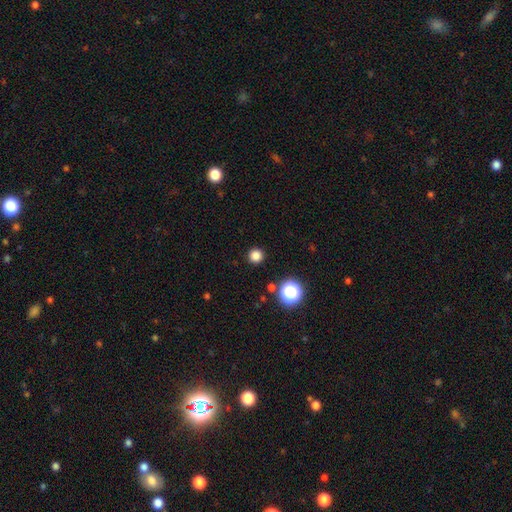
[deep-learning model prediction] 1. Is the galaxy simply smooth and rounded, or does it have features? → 81% smooth, 15% star or artifact, 3% featured or disk.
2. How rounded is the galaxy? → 96% round, 3% in between, 1% cigar-shaped.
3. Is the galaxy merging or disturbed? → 92% none, 5% minor disturbance, 2% major disturbance, 1% merger.